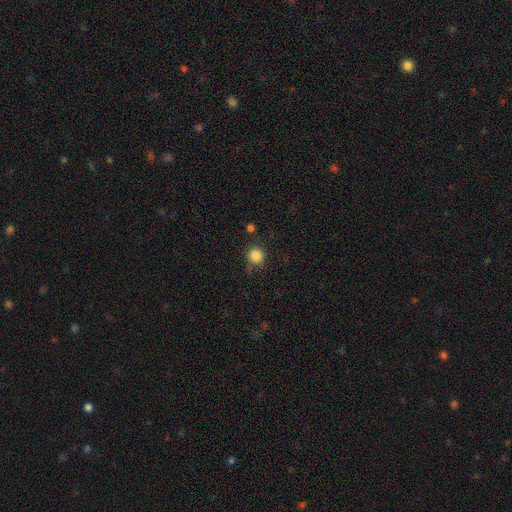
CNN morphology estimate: Overall: smooth (85%). How rounded: round (91%). Merging: none (77%).